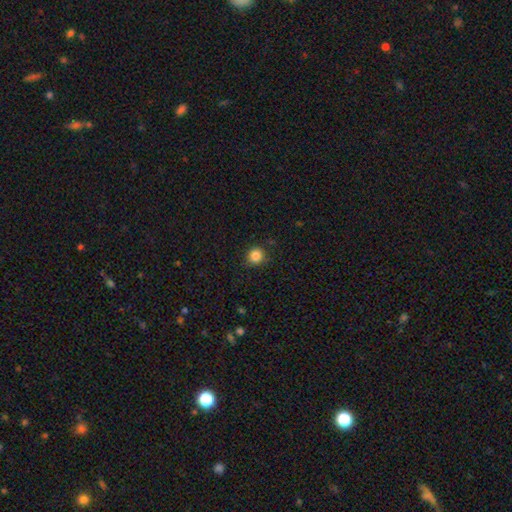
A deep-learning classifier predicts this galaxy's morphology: A smooth galaxy with no disk features (85%) that is round (91%).

Vote fractions:
- Smooth or featured? smooth: 85% / star or artifact: 11% / featured or disk: 4%
- How rounded? round: 91% / in between: 8% / cigar-shaped: 1%
- Merging? none: 87% / minor disturbance: 10% / major disturbance: 2% / merger: 1%